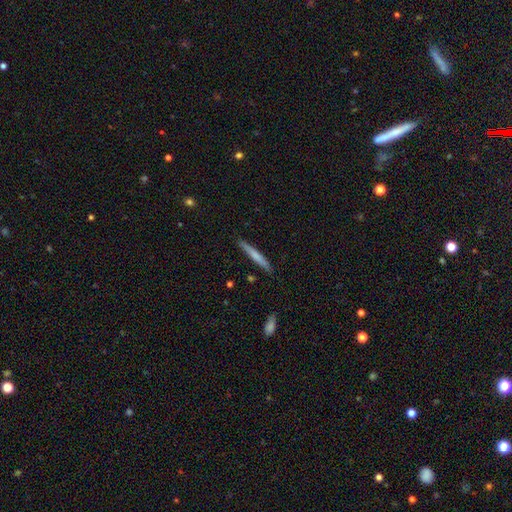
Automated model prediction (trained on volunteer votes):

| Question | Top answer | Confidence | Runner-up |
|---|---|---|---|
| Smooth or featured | smooth | 63% | featured or disk (32%) |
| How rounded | cigar-shaped | 96% | in between (3%) |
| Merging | none | 89% | minor disturbance (8%) |